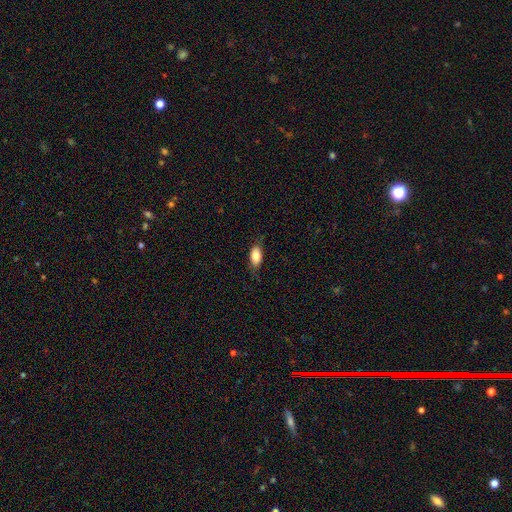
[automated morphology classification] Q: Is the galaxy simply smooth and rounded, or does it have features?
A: smooth — 82%.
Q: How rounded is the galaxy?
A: in between — 89%.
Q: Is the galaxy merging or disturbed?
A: none — 74%.